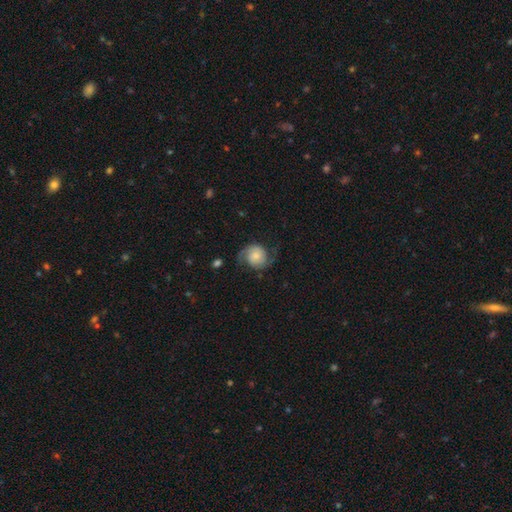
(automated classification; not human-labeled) Overall: featured or disk (75%). Edge-on disk: no (98%). Bar: no (73%). Spiral arms: yes (96%). Spiral arm count: 2 (92%). Spiral winding: medium (42%; loose 39%). Bulge size: small (37%; moderate 36%). Merging: none (73%).